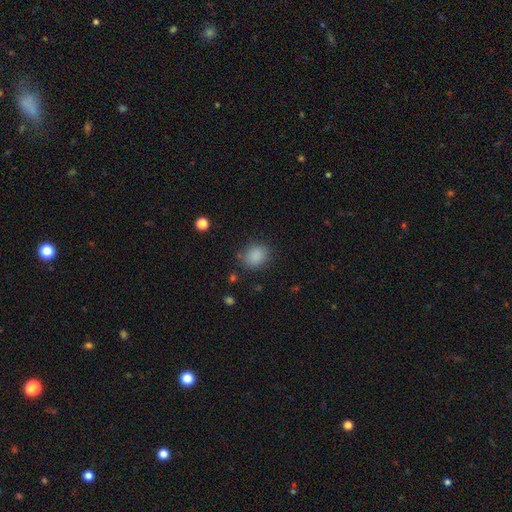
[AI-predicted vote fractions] Smooth or featured? smooth (85%)
How rounded? round (56%)
Merging? none (80%)